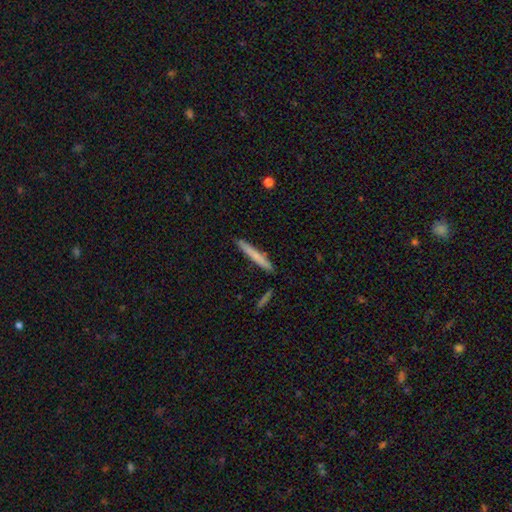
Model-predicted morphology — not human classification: This appears to be a smooth galaxy with no disk features (71%) that is cigar-shaped (96%). Merging: none (89%).